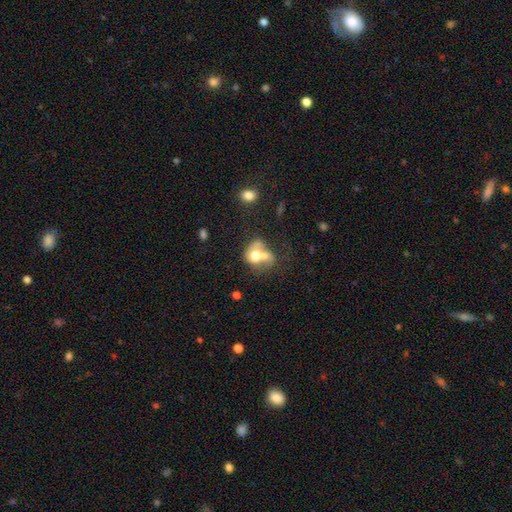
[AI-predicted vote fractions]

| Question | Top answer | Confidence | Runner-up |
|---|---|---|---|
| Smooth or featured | smooth | 58% | featured or disk (33%) |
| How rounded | round | 53% | in between (46%) |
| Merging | merger | 71% | none (13%) |